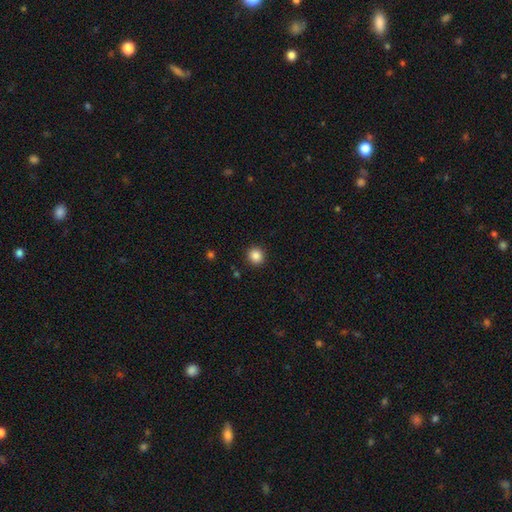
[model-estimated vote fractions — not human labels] This is clearly a smooth galaxy (86%). How rounded: clearly round (91%). Merging: clearly none (92%).